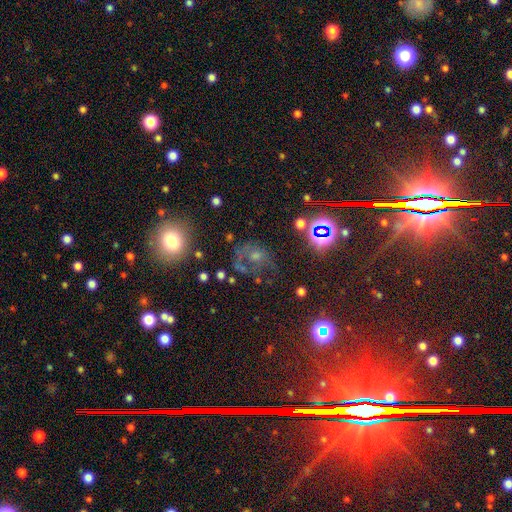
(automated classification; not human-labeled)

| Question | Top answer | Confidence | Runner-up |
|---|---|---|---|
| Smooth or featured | star or artifact | 37% | smooth (33%) |